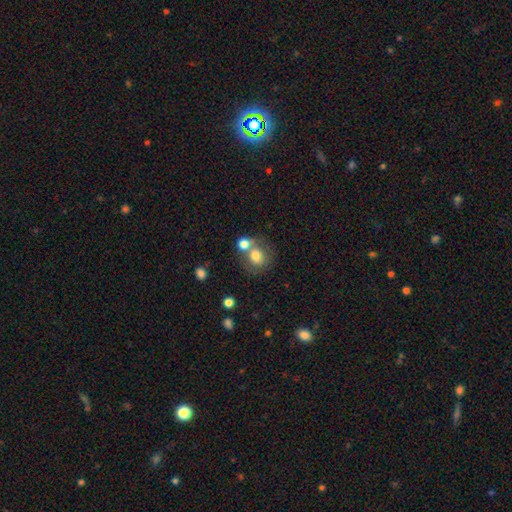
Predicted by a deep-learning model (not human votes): Smooth or featured?
  - smooth: 72% *
  - featured or disk: 18%
  - star or artifact: 10%
How rounded?
  - round: 75% *
  - in between: 24%
  - cigar-shaped: 1%
Merging?
  - none: 46% *
  - merger: 37%
  - minor disturbance: 11%
  - major disturbance: 6%